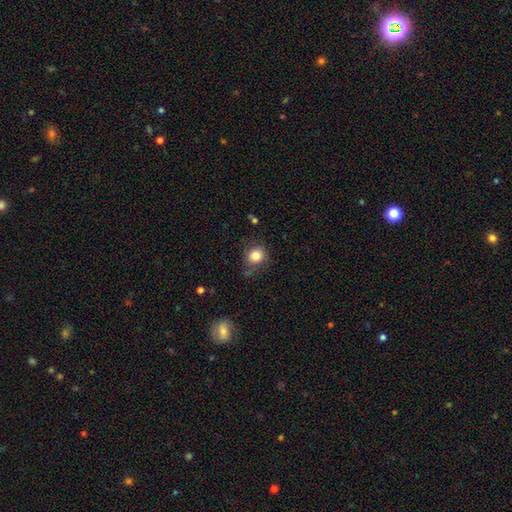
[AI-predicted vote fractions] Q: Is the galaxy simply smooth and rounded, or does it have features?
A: smooth — 83%.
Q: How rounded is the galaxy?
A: round — 82%.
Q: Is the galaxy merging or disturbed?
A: none — 75%.